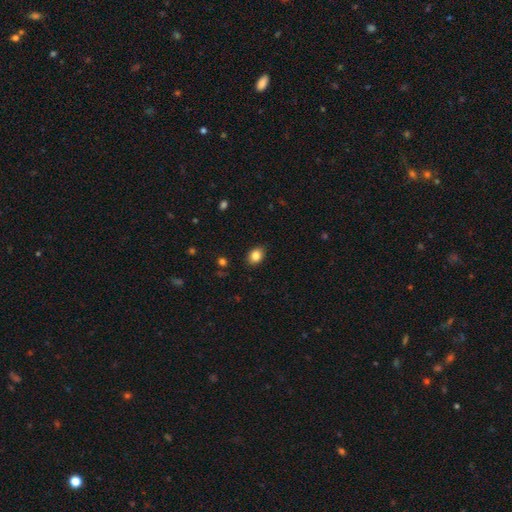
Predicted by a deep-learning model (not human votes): Smooth or featured? Predicted: smooth (p=0.85). How rounded? Predicted: in between (p=0.59). Merging? Predicted: none (p=0.87).